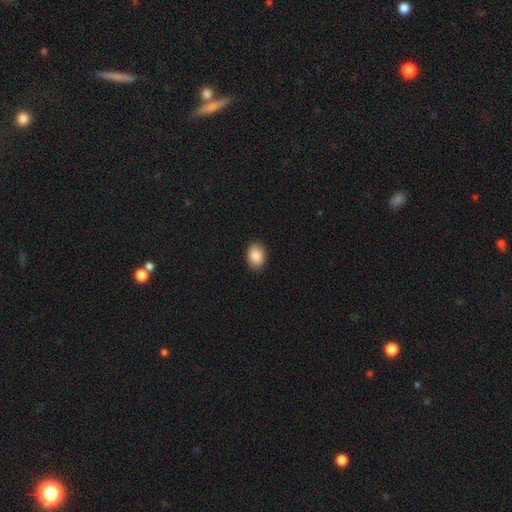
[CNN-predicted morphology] A smooth galaxy with no disk features (89%) that is in between round and cigar-shaped (79%). Merging: none (88%).